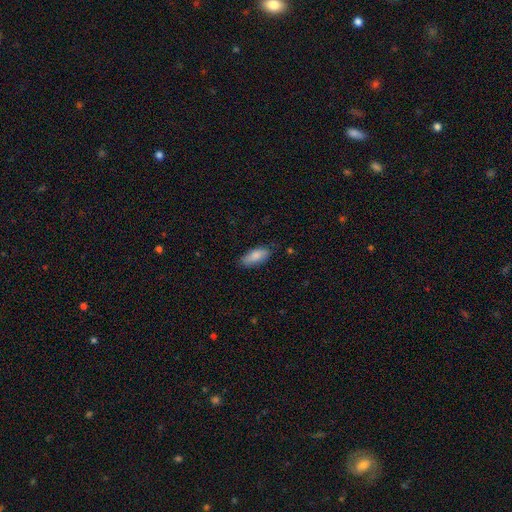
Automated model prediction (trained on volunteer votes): smooth 83%, featured or disk 11%, star or artifact 6%. Down the decision tree: how rounded — in between (82%); merging — none (78%).